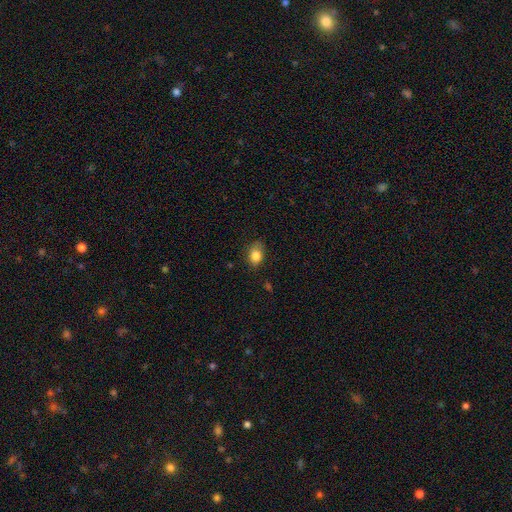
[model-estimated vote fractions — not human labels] A smooth galaxy with no disk features (85%) that is in between round and cigar-shaped (69%). Merging: none (69%).